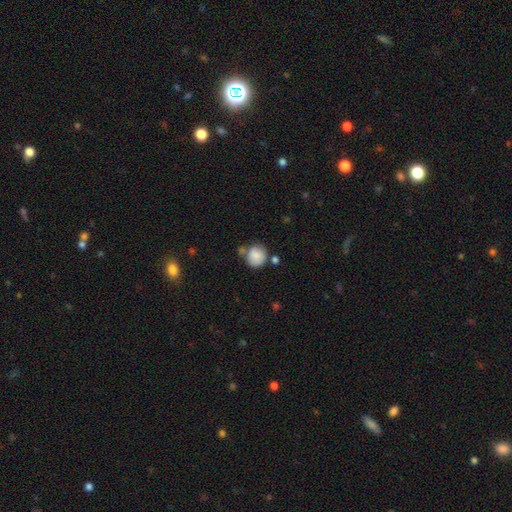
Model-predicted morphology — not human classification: Smooth or featured?
  - smooth: 84% *
  - featured or disk: 8%
  - star or artifact: 8%
How rounded?
  - round: 83% *
  - in between: 17%
  - cigar-shaped: 1%
Merging?
  - none: 57% *
  - minor disturbance: 19%
  - merger: 18%
  - major disturbance: 6%